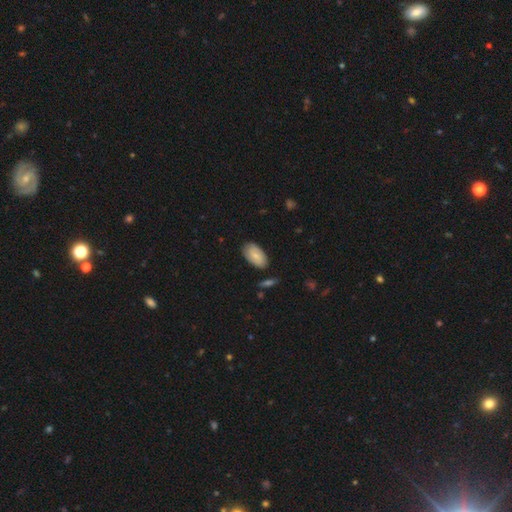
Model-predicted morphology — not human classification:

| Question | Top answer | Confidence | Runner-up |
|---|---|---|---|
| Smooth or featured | smooth | 72% | featured or disk (22%) |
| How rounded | in between | 94% | round (4%) |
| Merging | none | 79% | minor disturbance (16%) |